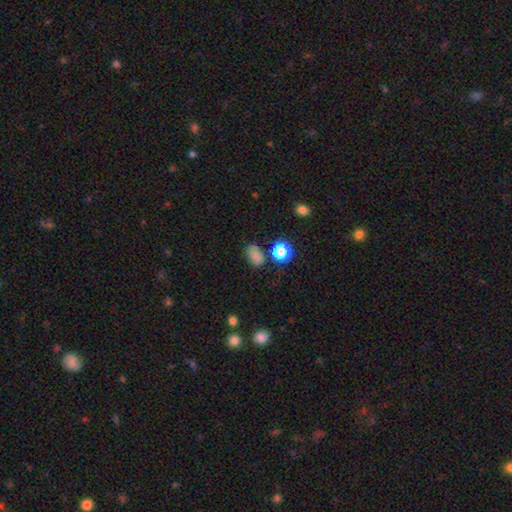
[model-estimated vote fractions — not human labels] smooth_or_featured: smooth (p=0.75) [alt: star or artifact p=0.19]
how_rounded: in between (p=0.78) [alt: round p=0.21]
merging: none (p=0.68) [alt: minor disturbance p=0.19]